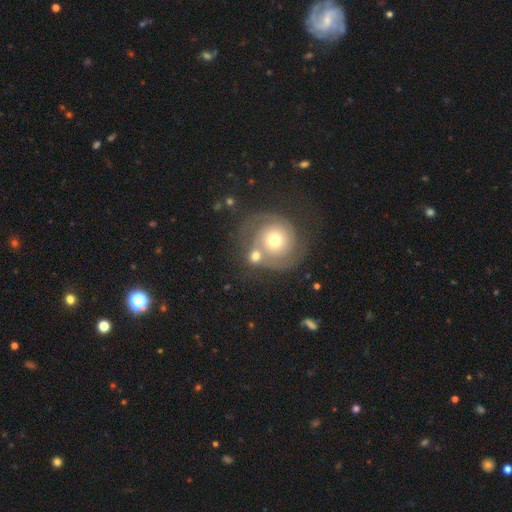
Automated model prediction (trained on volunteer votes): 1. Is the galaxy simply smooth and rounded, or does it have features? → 65% featured or disk, 27% smooth, 8% star or artifact.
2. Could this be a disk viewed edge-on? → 97% no, 3% yes.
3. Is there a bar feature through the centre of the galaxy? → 81% no, 15% weak, 4% strong.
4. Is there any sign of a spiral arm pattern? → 86% yes, 14% no.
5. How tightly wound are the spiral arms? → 53% tight, 33% medium, 14% loose.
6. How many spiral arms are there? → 82% 2, 8% can't tell, 5% 1, 3% 3, 1% 4, 1% more than 4.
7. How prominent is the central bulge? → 65% moderate, 22% small, 9% large, 2% dominant, 2% none.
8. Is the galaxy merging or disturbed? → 47% none, 29% merger, 13% minor disturbance, 10% major disturbance.